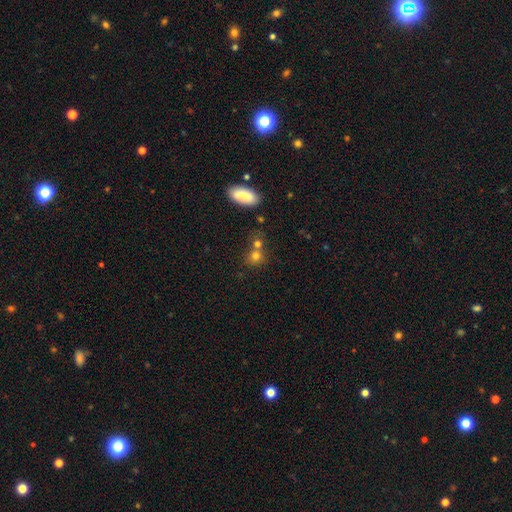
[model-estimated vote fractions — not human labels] Smooth or featured? Predicted: smooth (p=0.76). How rounded? Predicted: round (p=0.75). Merging? Predicted: none (p=0.47).